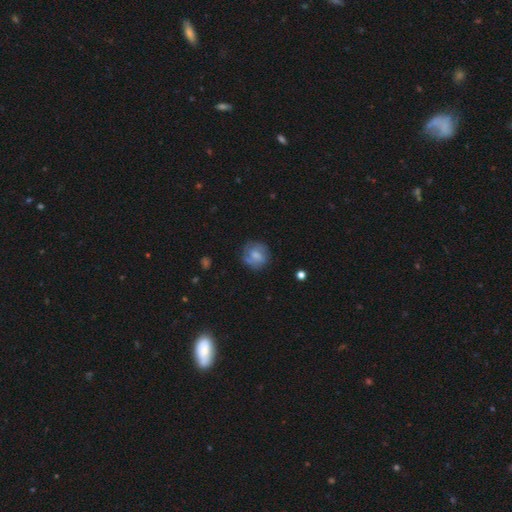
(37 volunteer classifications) smooth 51%, featured or disk 49%, star or artifact 0%. Down the decision tree: how rounded — round (79%); merging — none (65%).